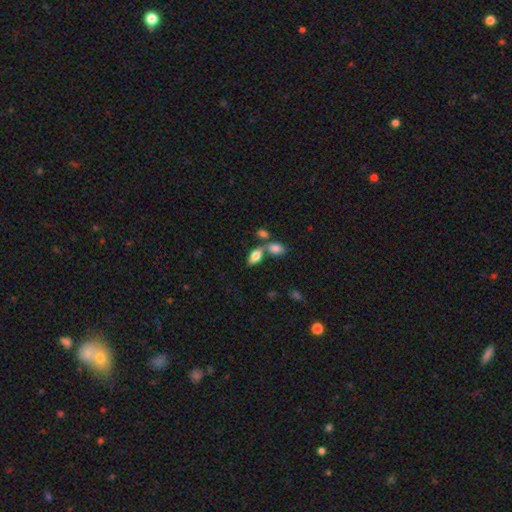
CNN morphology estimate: A smooth galaxy with no disk features (73%) that is in between round and cigar-shaped (86%).

Vote fractions:
- Smooth or featured? smooth: 73% / featured or disk: 18% / star or artifact: 8%
- How rounded? in between: 86% / cigar-shaped: 9% / round: 5%
- Merging? none: 49% / merger: 35% / minor disturbance: 11% / major disturbance: 4%